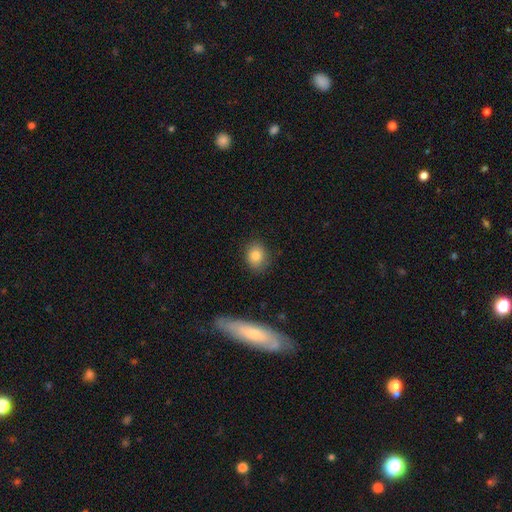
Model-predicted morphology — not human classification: Smooth or featured: smooth — 81% (star or artifact — 10%)
How rounded: round — 64% (in between — 35%)
Merging: none — 84% (minor disturbance — 11%)